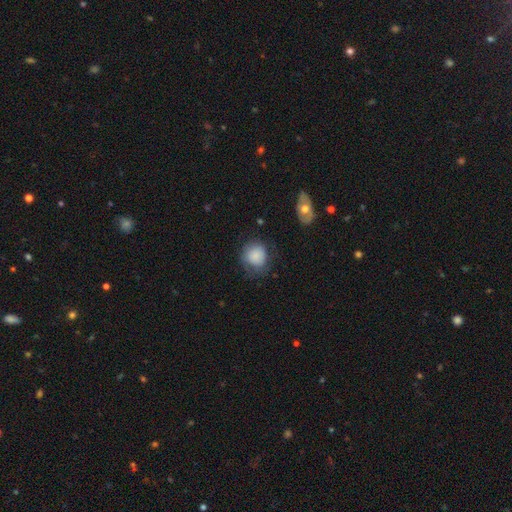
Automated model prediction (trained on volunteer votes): The model was most divided on "merging": none: 63%, minor disturbance: 24%, major disturbance: 11%, merger: 2%. More confident: smooth or featured — smooth (82%); how rounded — round (81%).